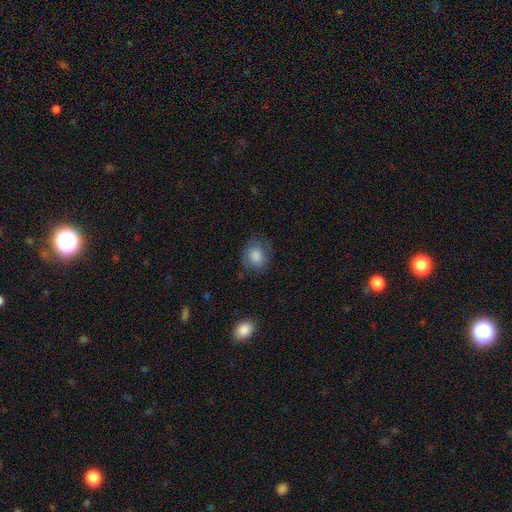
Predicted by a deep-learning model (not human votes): A smooth galaxy with no disk features (82%) that is round (65%).

Vote fractions:
- Smooth or featured? smooth: 82% / featured or disk: 10% / star or artifact: 8%
- How rounded? round: 65% / in between: 34% / cigar-shaped: 1%
- Merging? none: 74% / minor disturbance: 19% / major disturbance: 6% / merger: 1%